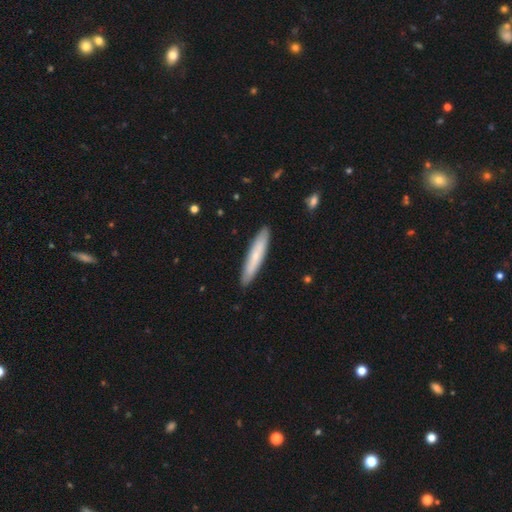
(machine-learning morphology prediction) A smooth galaxy with no disk features (63%) that is cigar-shaped (91%). Merging: none (90%).